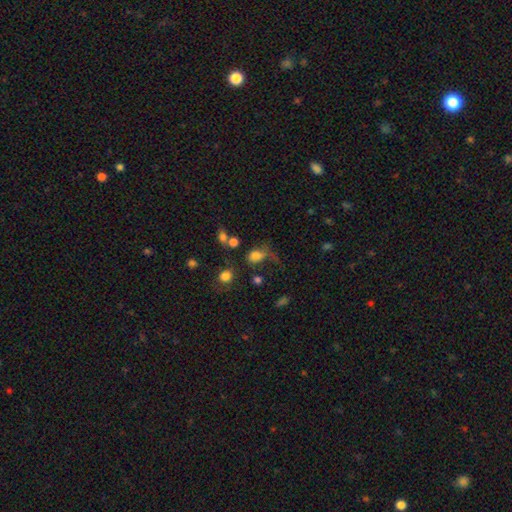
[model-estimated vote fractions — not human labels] smooth_or_featured: smooth (p=0.75) [alt: star or artifact p=0.13]
how_rounded: in between (p=0.63) [alt: round p=0.35]
merging: none (p=0.36) [alt: major disturbance p=0.31]